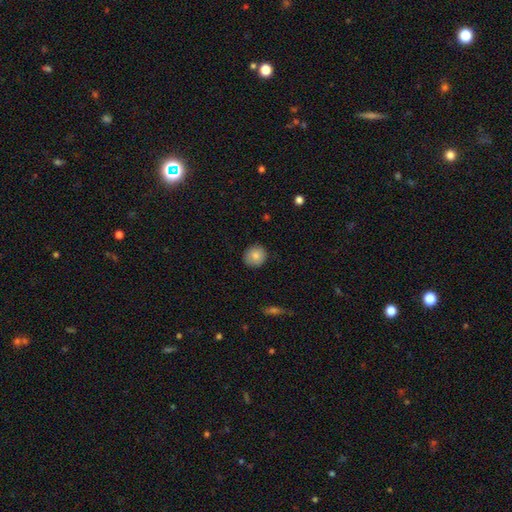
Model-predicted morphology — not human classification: A smooth galaxy with no disk features (83%) that is round (89%). Merging: none (87%).